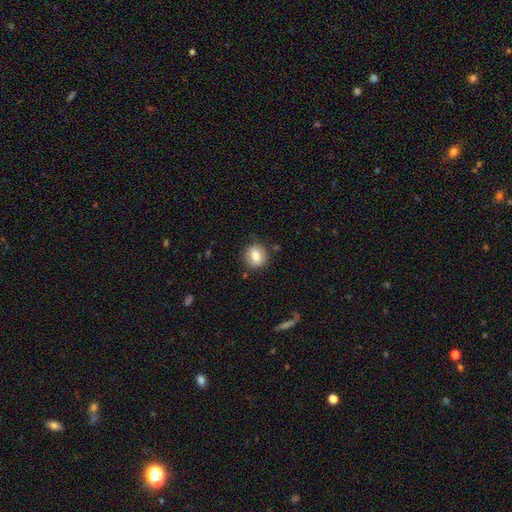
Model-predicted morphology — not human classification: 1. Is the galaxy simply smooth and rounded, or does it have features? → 75% smooth, 17% featured or disk, 9% star or artifact.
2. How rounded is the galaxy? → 71% round, 28% in between, 2% cigar-shaped.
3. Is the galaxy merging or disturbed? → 83% none, 12% minor disturbance, 3% major disturbance, 2% merger.